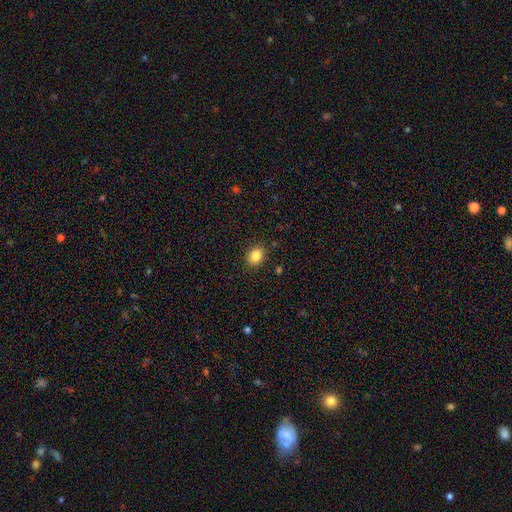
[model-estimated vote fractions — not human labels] Smooth or featured?
  - smooth: 84% *
  - star or artifact: 10%
  - featured or disk: 6%
How rounded?
  - in between: 52% *
  - round: 47%
  - cigar-shaped: 1%
Merging?
  - none: 88% *
  - minor disturbance: 8%
  - major disturbance: 2%
  - merger: 1%